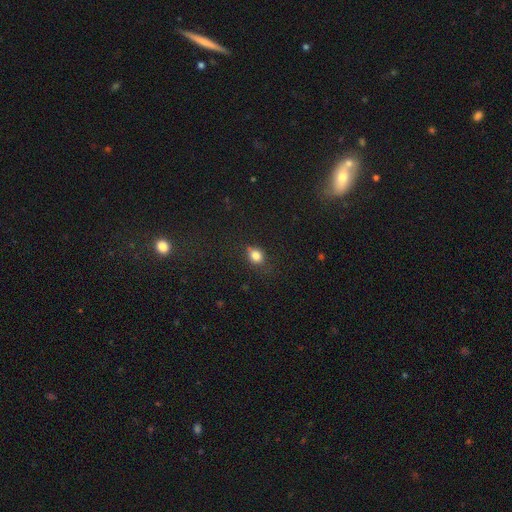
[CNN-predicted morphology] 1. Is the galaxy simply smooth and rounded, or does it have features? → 82% smooth, 12% star or artifact, 6% featured or disk.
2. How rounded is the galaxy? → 50% round, 49% in between, 1% cigar-shaped.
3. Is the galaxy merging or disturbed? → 69% none, 21% minor disturbance, 7% major disturbance, 3% merger.